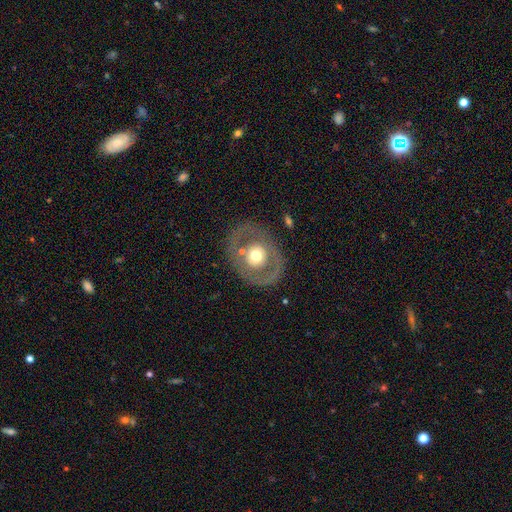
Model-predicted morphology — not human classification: The model was most divided on "smooth or featured": featured or disk: 53%, smooth: 41%, star or artifact: 6%. More confident: edge-on disk — no (93%); merging — none (77%).